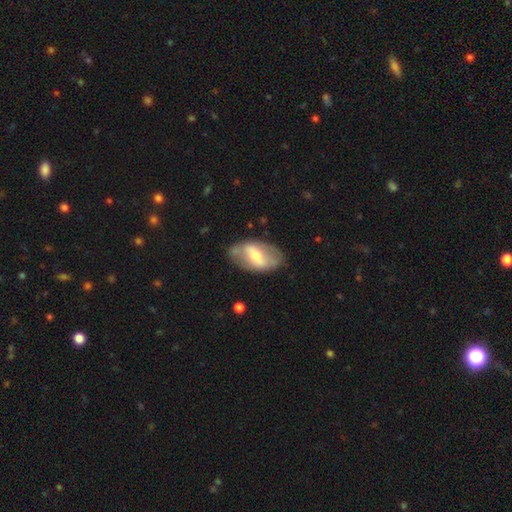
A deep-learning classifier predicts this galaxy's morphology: Smooth or featured?
  - featured or disk: 60% *
  - smooth: 34%
  - star or artifact: 6%
Edge-on disk?
  - no: 89% *
  - yes: 11%
Bar?
  - strong: 51% *
  - weak: 32%
  - no: 17%
Spiral arms?
  - no: 60% *
  - yes: 40%
Bulge size?
  - moderate: 57% *
  - small: 32%
  - large: 7%
  - none: 2%
  - dominant: 1%
Merging?
  - none: 72% *
  - minor disturbance: 19%
  - major disturbance: 7%
  - merger: 2%